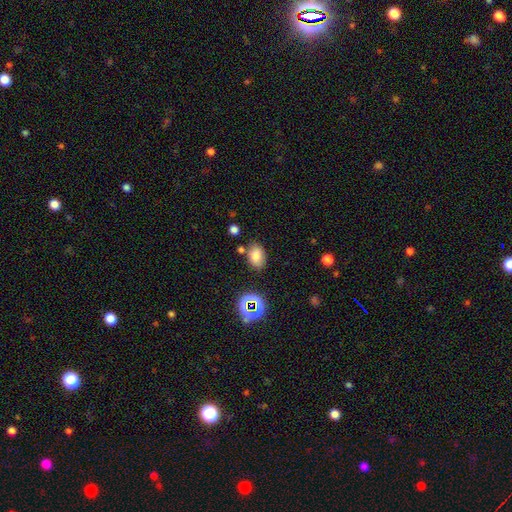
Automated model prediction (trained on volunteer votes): Smooth or featured? Predicted: smooth (p=0.77). How rounded? Predicted: in between (p=0.80). Merging? Predicted: none (p=0.74).